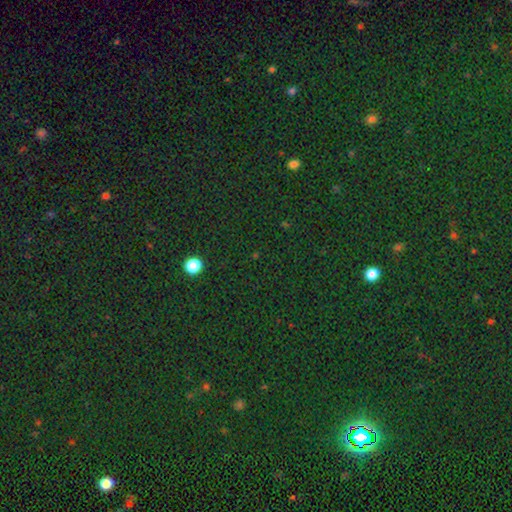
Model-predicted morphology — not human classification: smooth-or-featured: star or artifact: 60% | smooth: 32% | featured or disk: 7%